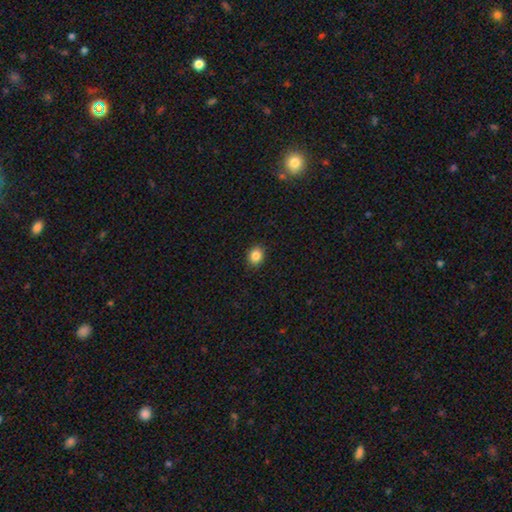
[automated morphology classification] A smooth galaxy with no disk features (86%) that is round (62%). Merging: none (89%).